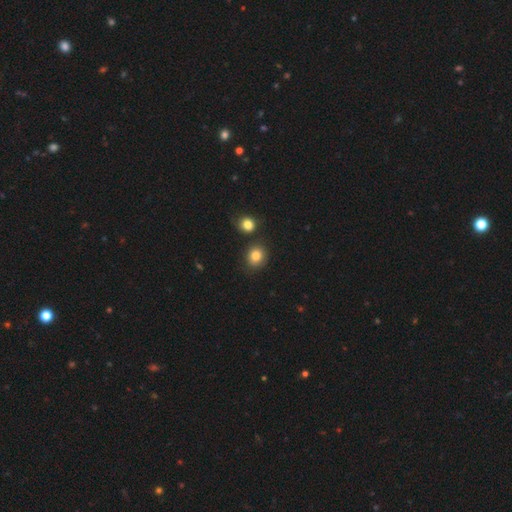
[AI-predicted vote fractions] The model was most divided on "how rounded": round: 70%, in between: 29%, cigar-shaped: 1%. More confident: smooth or featured — smooth (83%); merging — none (79%).